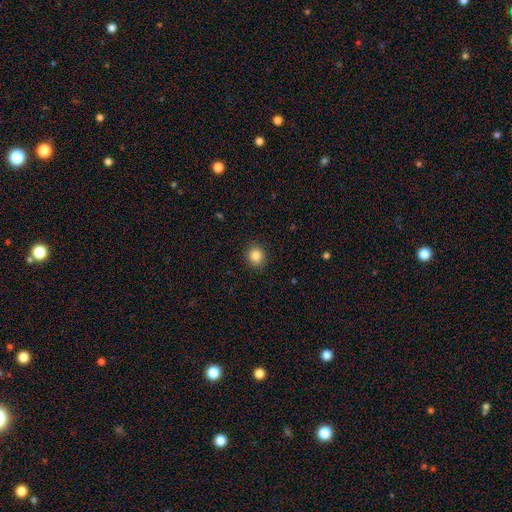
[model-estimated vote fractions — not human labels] The model was most divided on "how rounded": round: 80%, in between: 19%, cigar-shaped: 1%. More confident: merging — none (90%); smooth or featured — smooth (85%).